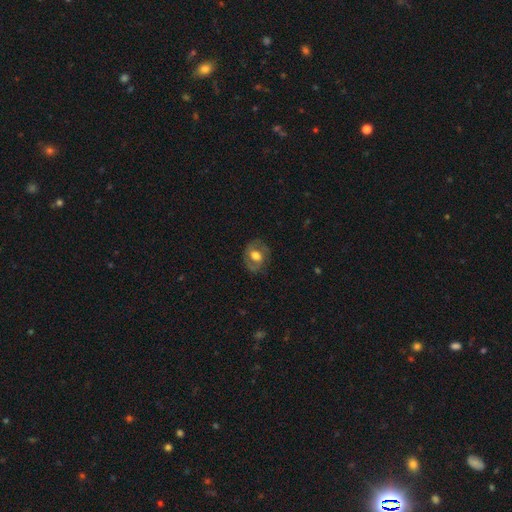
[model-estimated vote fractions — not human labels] smooth_or_featured: featured or disk (p=0.51) [alt: smooth p=0.41]
disk_edge_on: no (p=0.95) [alt: yes p=0.05]
merging: none (p=0.75) [alt: minor disturbance p=0.17]